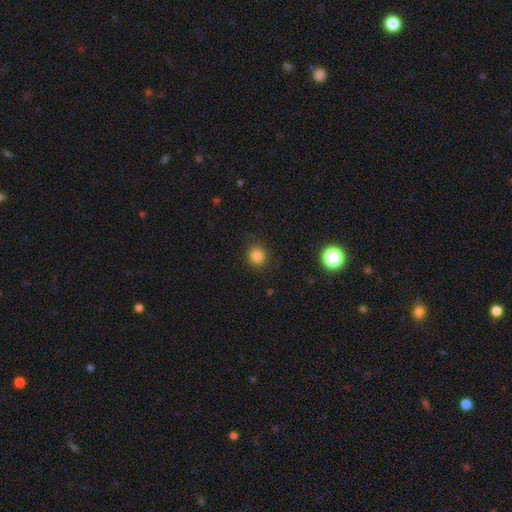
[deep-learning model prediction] Smooth or featured: smooth — 82% (star or artifact — 13%)
How rounded: round — 91% (in between — 8%)
Merging: none — 88% (minor disturbance — 8%)